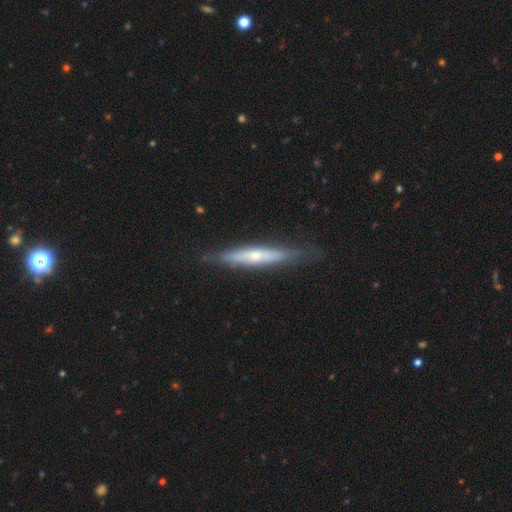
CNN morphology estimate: Smooth or featured? Predicted: featured or disk (p=0.56). Edge-on disk? Predicted: yes (p=0.89). Edge-on bulge? Predicted: rounded (p=0.66). Merging? Predicted: none (p=0.80).